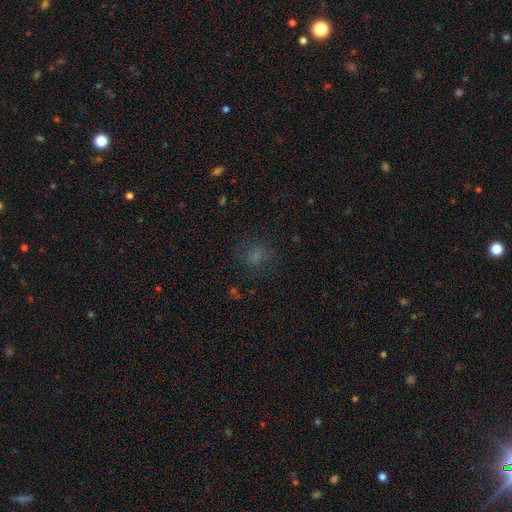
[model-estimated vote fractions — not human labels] Overall: smooth (63%). How rounded: round (56%; in between 42%). Merging: none (71%).